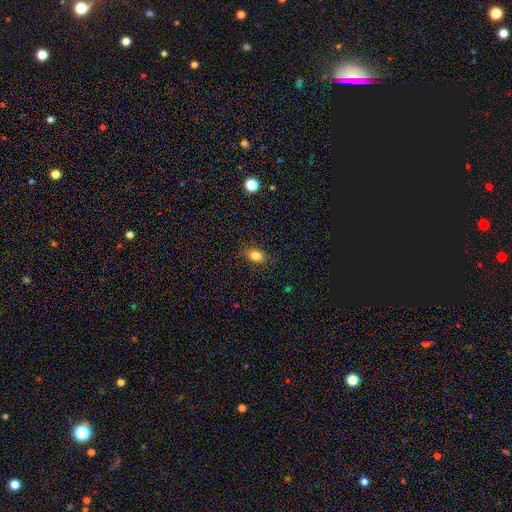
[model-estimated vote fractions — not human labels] smooth-or-featured: smooth: 81% | star or artifact: 11% | featured or disk: 8%
  how-rounded: in between: 68% | round: 29% | cigar-shaped: 3%
  merging: none: 82% | minor disturbance: 14% | major disturbance: 3% | merger: 1%